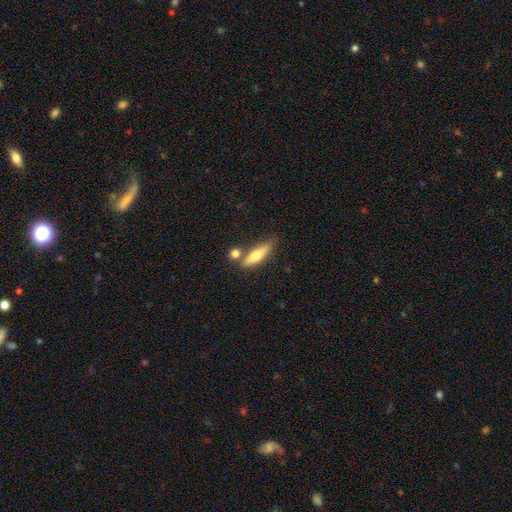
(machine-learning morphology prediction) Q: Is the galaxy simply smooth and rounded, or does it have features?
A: smooth — 59%.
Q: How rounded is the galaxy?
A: cigar-shaped — 68%.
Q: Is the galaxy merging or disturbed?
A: none — 66%.